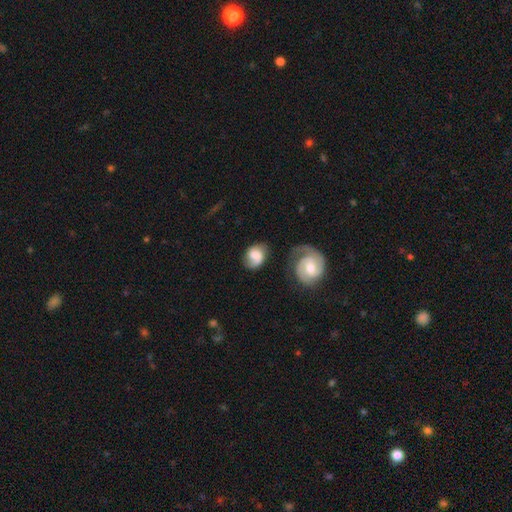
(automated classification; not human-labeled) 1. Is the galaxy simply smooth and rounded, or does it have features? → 51% smooth, 42% featured or disk, 7% star or artifact.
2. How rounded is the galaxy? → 54% in between, 45% round, 1% cigar-shaped.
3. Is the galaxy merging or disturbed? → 50% none, 27% minor disturbance, 15% major disturbance, 9% merger.